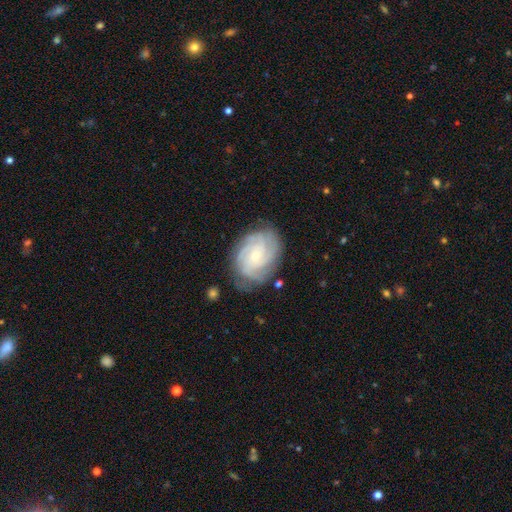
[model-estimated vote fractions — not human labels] Smooth or featured? Predicted: featured or disk (p=0.84). Edge-on disk? Predicted: no (p=0.97). Bar? Predicted: no (p=0.71). Spiral arms? Predicted: yes (p=0.97). Spiral winding? Predicted: tight (p=0.70). Spiral arm count? Predicted: 4 (p=0.31). Bulge size? Predicted: small (p=0.72). Merging? Predicted: none (p=0.77).